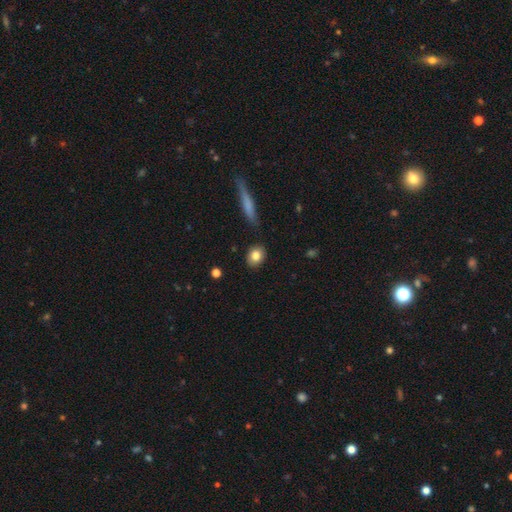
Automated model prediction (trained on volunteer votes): Smooth or featured?
  - smooth: 82% *
  - featured or disk: 10%
  - star or artifact: 8%
How rounded?
  - round: 57% *
  - in between: 41%
  - cigar-shaped: 3%
Merging?
  - none: 87% *
  - minor disturbance: 8%
  - merger: 2%
  - major disturbance: 2%